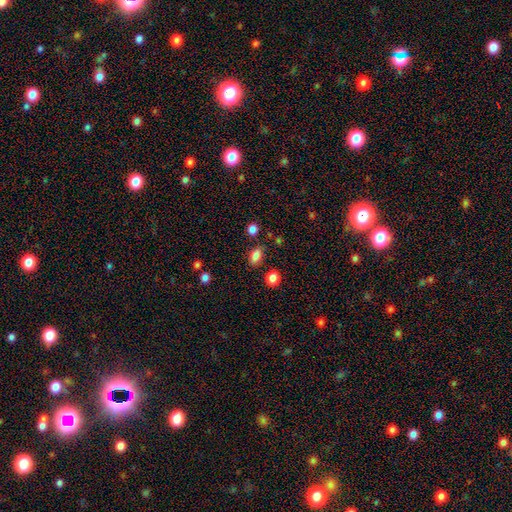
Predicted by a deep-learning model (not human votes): A smooth galaxy with no disk features (84%) that is in between round and cigar-shaped (82%). Merging: none (82%).